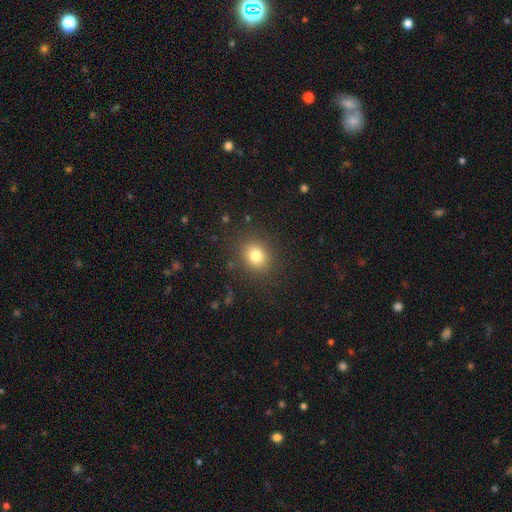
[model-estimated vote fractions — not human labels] Smooth or featured? Predicted: smooth (p=0.79). How rounded? Predicted: round (p=0.69). Merging? Predicted: none (p=0.86).